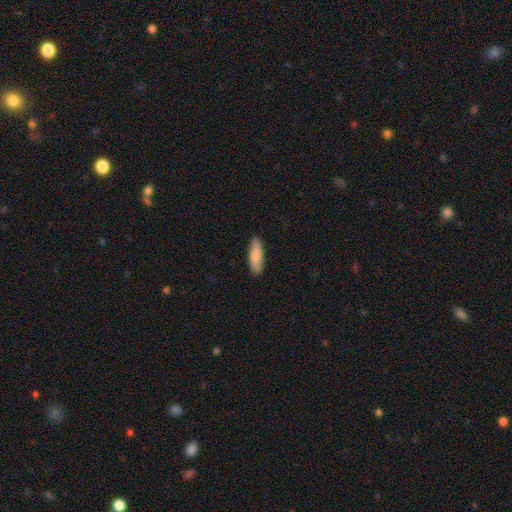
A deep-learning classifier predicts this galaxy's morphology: Smooth or featured? smooth (84%)
How rounded? cigar-shaped (56%)
Merging? none (86%)